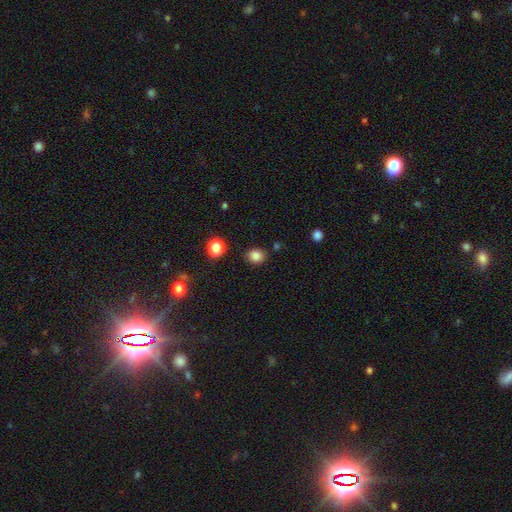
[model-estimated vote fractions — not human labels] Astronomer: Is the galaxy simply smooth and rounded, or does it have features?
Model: smooth — 83%.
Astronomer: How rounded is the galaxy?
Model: round — 71%.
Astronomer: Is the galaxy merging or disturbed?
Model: none — 85%.